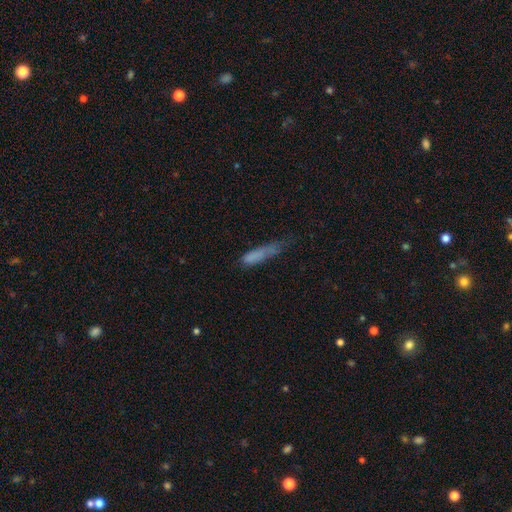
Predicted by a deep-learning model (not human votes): Morphology: type=smooth (73%); roundness=cigar-shaped (75%); merging=none (37%).